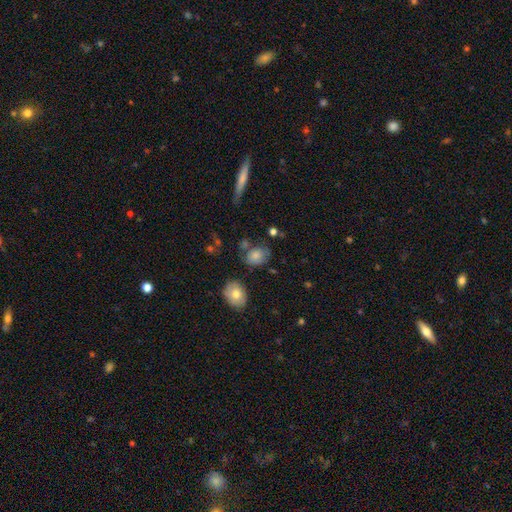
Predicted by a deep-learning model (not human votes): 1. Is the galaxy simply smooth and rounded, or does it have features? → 77% smooth, 13% featured or disk, 10% star or artifact.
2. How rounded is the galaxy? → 55% in between, 44% round, 2% cigar-shaped.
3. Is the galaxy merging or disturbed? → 61% none, 22% minor disturbance, 9% merger, 8% major disturbance.